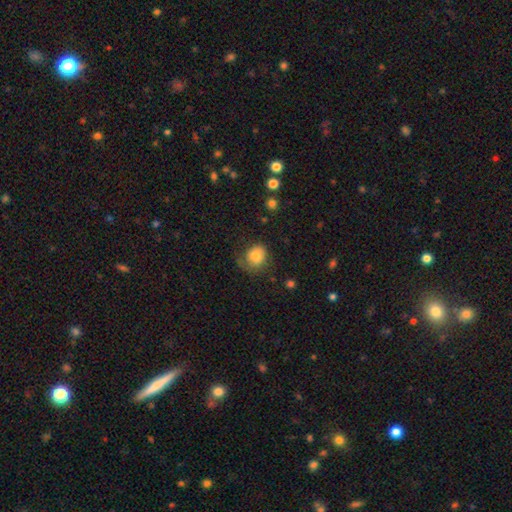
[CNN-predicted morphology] Q: Smooth or featured?
A: smooth (77%); runner-up: featured or disk (14%)
Q: How rounded?
A: round (71%); runner-up: in between (28%)
Q: Merging?
A: none (51%); runner-up: minor disturbance (28%)